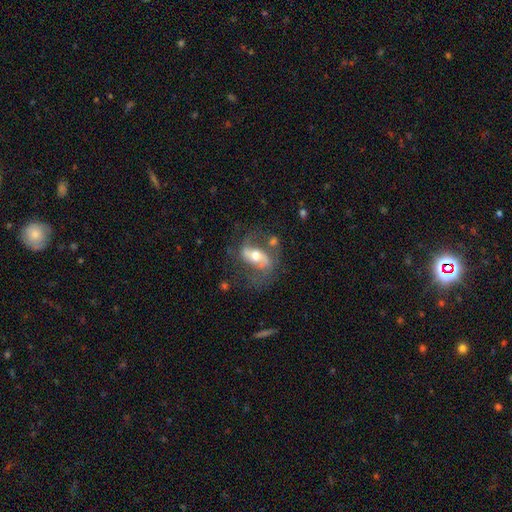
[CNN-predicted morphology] smooth_or_featured: featured or disk (p=0.77) [alt: smooth p=0.15]
disk_edge_on: no (p=0.94) [alt: yes p=0.06]
bar: strong (p=0.35) [alt: weak p=0.34]
has_spiral_arms: yes (p=0.87) [alt: no p=0.13]
spiral_winding: loose (p=0.48) [alt: medium p=0.40]
spiral_arm_count: 2 (p=0.87) [alt: can't tell p=0.06]
bulge_size: moderate (p=0.71) [alt: small p=0.17]
merging: none (p=0.56) [alt: minor disturbance p=0.19]